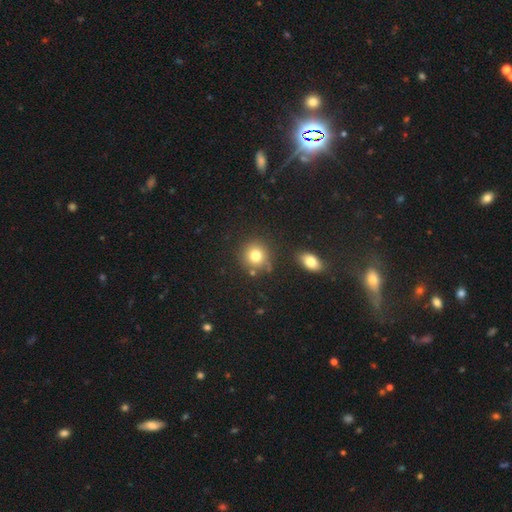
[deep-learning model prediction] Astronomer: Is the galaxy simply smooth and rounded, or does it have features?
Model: smooth — 79%.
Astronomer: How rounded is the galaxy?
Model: round — 89%.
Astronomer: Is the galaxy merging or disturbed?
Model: none — 80%.